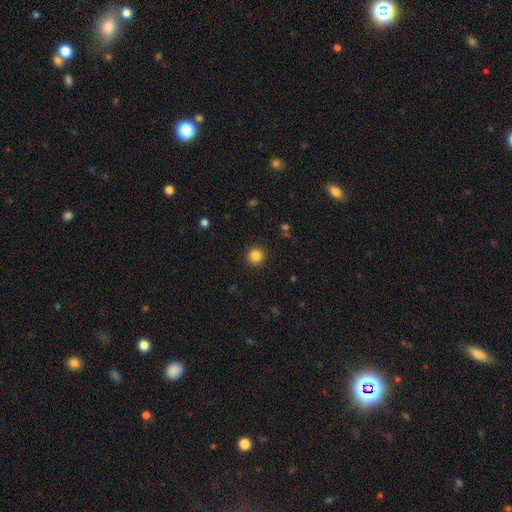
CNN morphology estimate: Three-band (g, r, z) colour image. It shows a smooth galaxy with no disk features (85%) that is round (94%). Merging: none (92%).